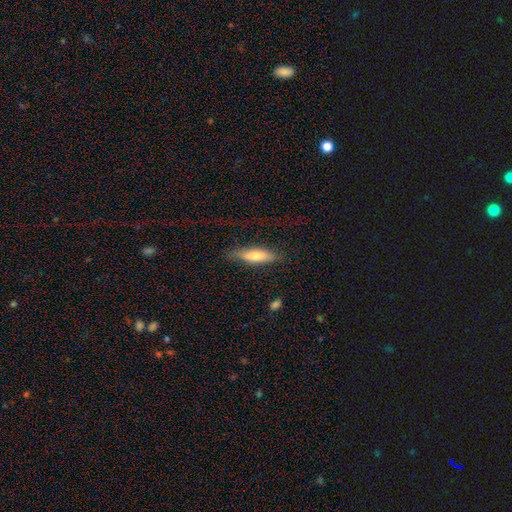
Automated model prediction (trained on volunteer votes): smooth_or_featured: smooth (p=0.62) [alt: featured or disk p=0.31]
how_rounded: cigar-shaped (p=0.66) [alt: in between p=0.32]
merging: none (p=0.75) [alt: minor disturbance p=0.18]